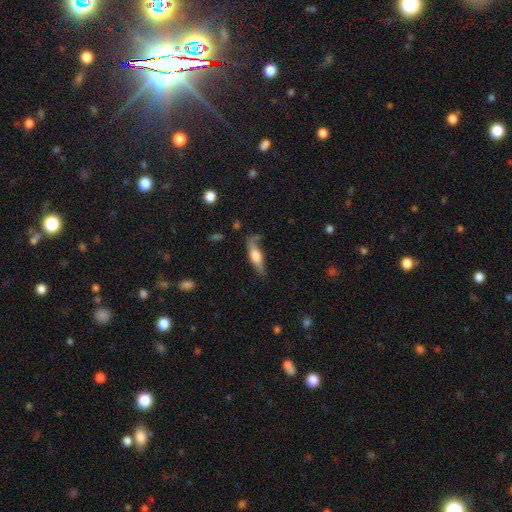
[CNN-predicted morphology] The model was most divided on "smooth or featured": smooth: 49%, featured or disk: 44%, star or artifact: 6%. More confident: merging — none (58%).